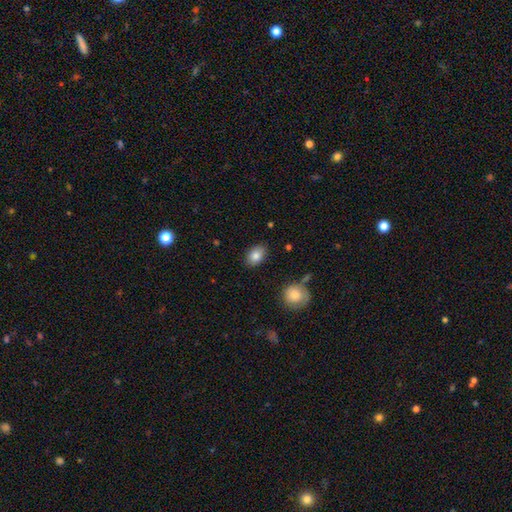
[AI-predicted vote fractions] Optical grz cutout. It shows a smooth galaxy with no disk features (83%) that is in between round and cigar-shaped (83%). Merging: none (85%).